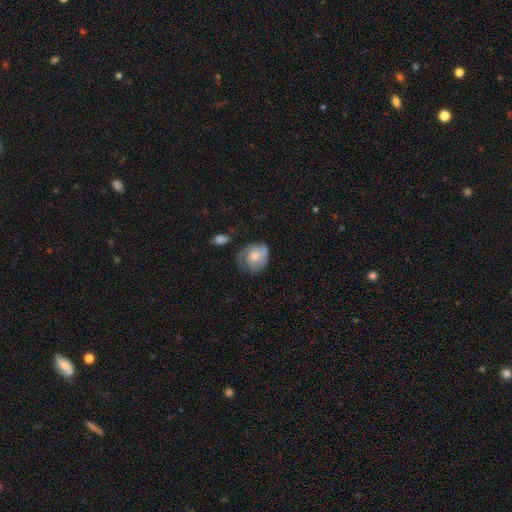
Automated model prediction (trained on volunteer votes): smooth-or-featured: smooth: 50% | featured or disk: 43% | star or artifact: 7%
  how-rounded: round: 69% | in between: 30% | cigar-shaped: 1%
  merging: none: 50% | minor disturbance: 31% | major disturbance: 16% | merger: 3%